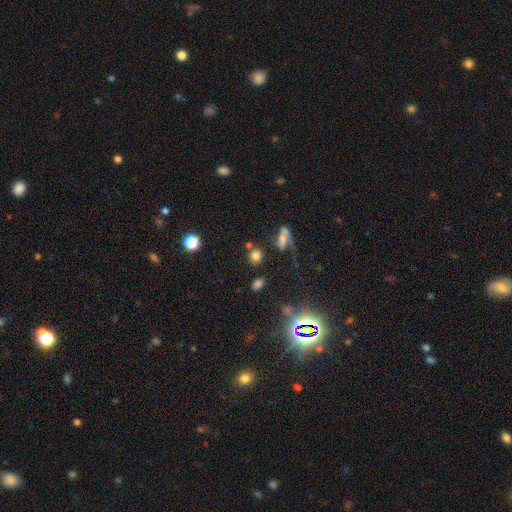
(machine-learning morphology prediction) smooth 72%, star or artifact 18%, featured or disk 10%. Down the decision tree: how rounded — round (78%); merging — none (67%).